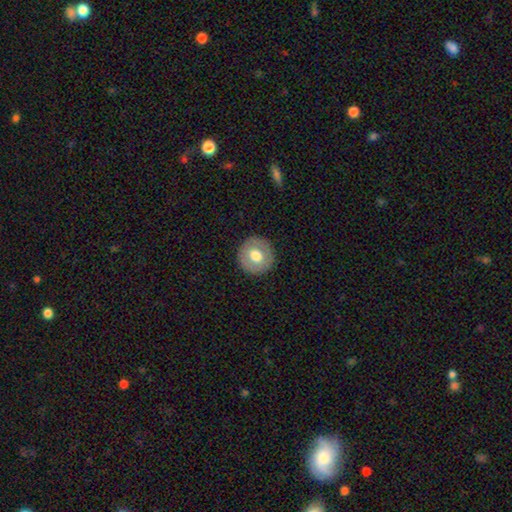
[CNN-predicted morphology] Smooth or featured: smooth — 66% (featured or disk — 27%)
How rounded: round — 94% (in between — 5%)
Merging: none — 90% (minor disturbance — 7%)